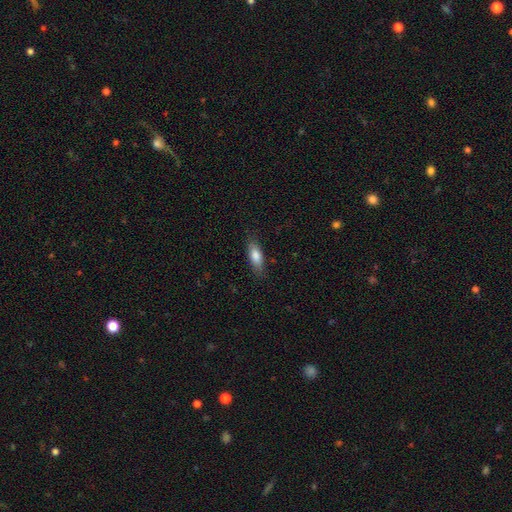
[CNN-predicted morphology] A smooth galaxy with no disk features (81%) that is in between round and cigar-shaped (66%). Merging: none (83%).